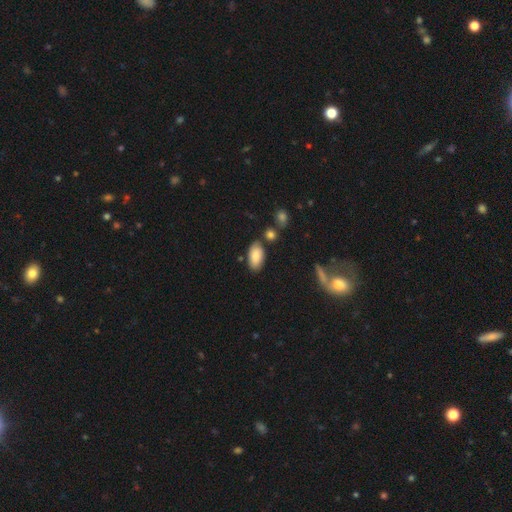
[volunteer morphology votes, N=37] This appears to be a smooth galaxy with no disk features (89%) that is in between round and cigar-shaped (91%). Merging: none (86%).